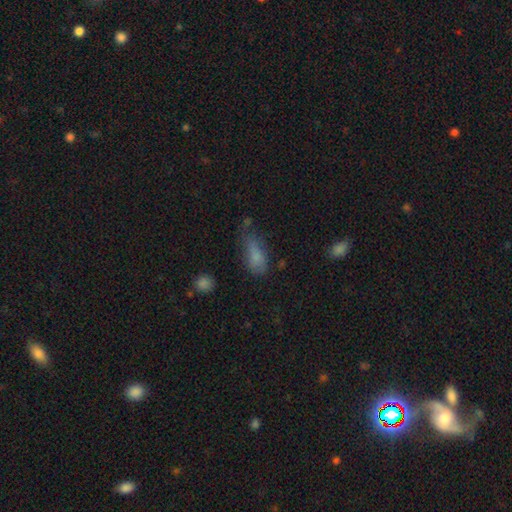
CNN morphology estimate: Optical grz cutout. It shows a smooth galaxy with no disk features (77%) that is in between round and cigar-shaped (77%). Merging: none (43%).